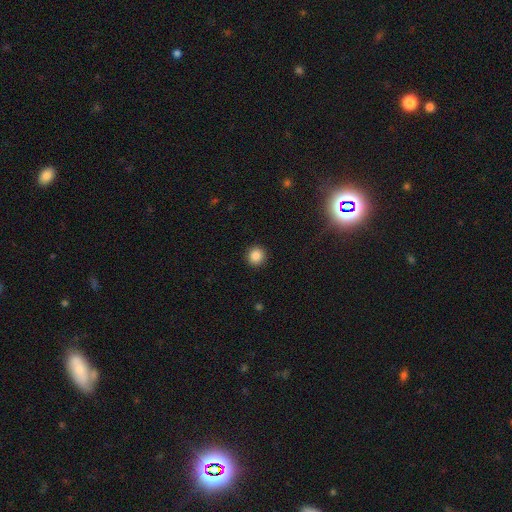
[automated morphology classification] smooth_or_featured: smooth (p=0.87) [alt: star or artifact p=0.10]
how_rounded: round (p=0.92) [alt: in between p=0.07]
merging: none (p=0.92) [alt: minor disturbance p=0.05]